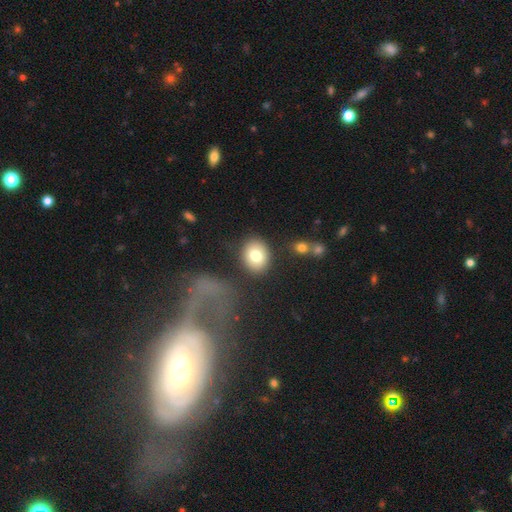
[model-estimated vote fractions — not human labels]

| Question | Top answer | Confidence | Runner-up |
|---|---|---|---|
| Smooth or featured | smooth | 78% | featured or disk (13%) |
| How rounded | round | 56% | in between (43%) |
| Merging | none | 83% | minor disturbance (9%) |